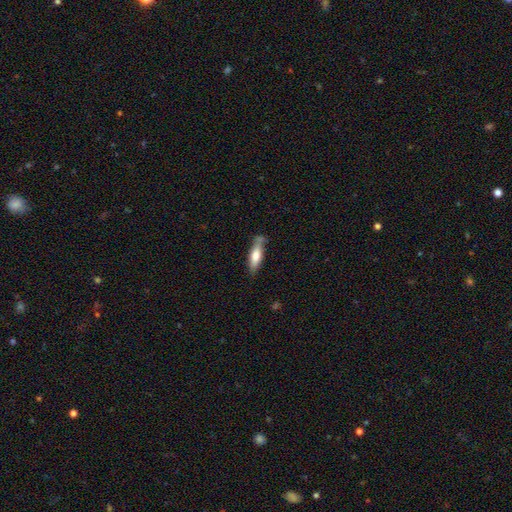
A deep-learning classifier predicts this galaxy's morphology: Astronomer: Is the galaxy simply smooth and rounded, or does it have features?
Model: smooth — 68%.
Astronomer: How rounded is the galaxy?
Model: cigar-shaped — 58% (runner-up: in between, 40%).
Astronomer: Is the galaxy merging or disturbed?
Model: none — 64%.